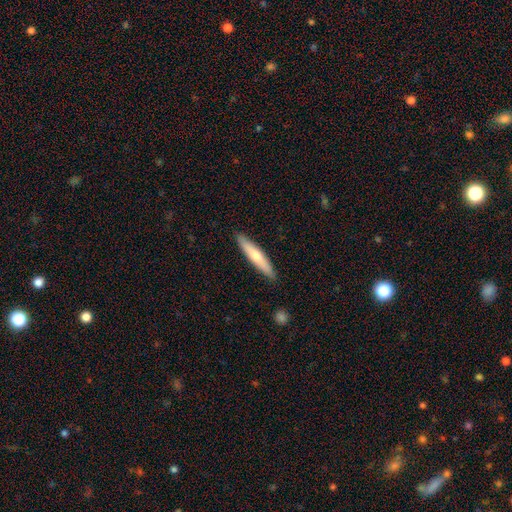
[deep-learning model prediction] Smooth or featured? smooth (60%)
How rounded? cigar-shaped (90%)
Merging? none (90%)